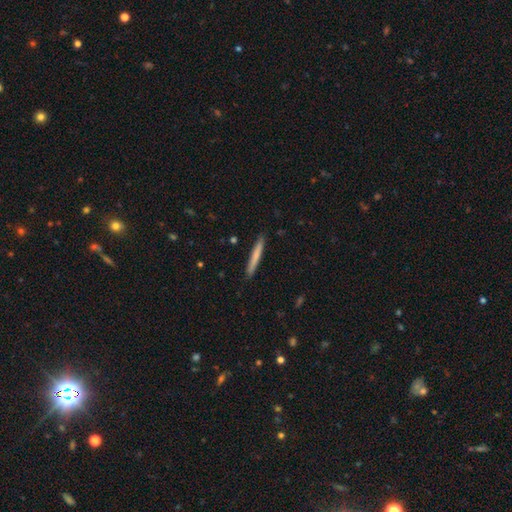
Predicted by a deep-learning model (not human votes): smooth-or-featured: smooth: 73% | featured or disk: 22% | star or artifact: 5%
  how-rounded: cigar-shaped: 96% | in between: 2% | round: 1%
  merging: none: 90% | minor disturbance: 7% | major disturbance: 1% | merger: 1%